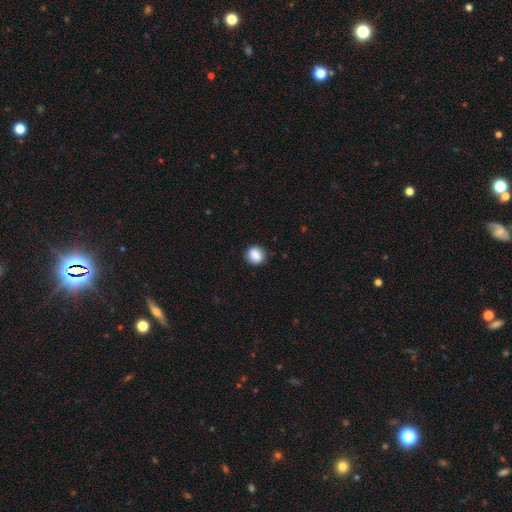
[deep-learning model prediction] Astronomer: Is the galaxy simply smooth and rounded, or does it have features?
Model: smooth — 87%.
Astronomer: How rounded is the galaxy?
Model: round — 76%.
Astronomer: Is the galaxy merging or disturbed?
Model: none — 87%.